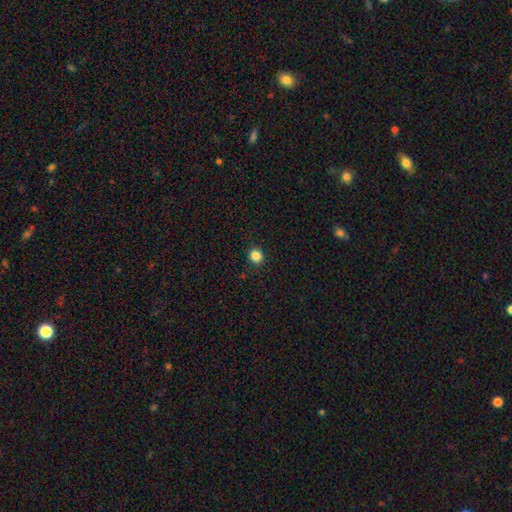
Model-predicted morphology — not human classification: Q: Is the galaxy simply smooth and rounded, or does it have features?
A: smooth — 85%.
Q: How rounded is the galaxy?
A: round — 86%.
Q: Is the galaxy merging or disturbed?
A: none — 90%.